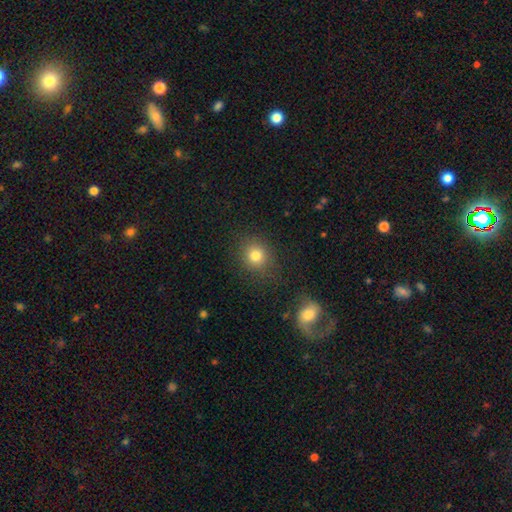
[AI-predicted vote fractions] Smooth or featured? Predicted: smooth (p=0.79). How rounded? Predicted: round (p=0.82). Merging? Predicted: none (p=0.85).